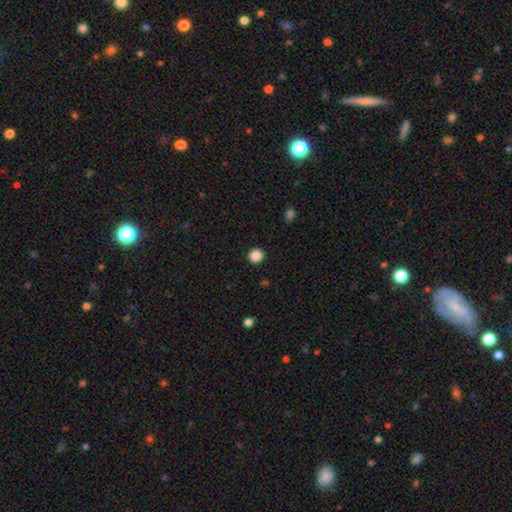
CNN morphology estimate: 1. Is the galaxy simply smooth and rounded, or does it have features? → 87% smooth, 11% star or artifact, 2% featured or disk.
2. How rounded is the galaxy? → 92% round, 7% in between, 1% cigar-shaped.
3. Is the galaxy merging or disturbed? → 92% none, 5% minor disturbance, 2% major disturbance, 1% merger.